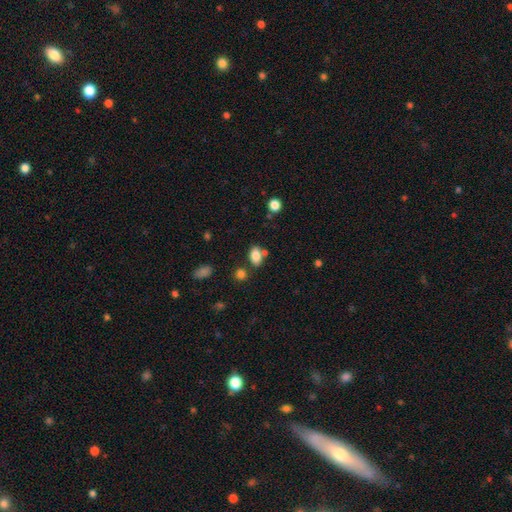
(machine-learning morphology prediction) smooth 83%, star or artifact 9%, featured or disk 8%. Down the decision tree: how rounded — in between (88%); merging — none (66%).